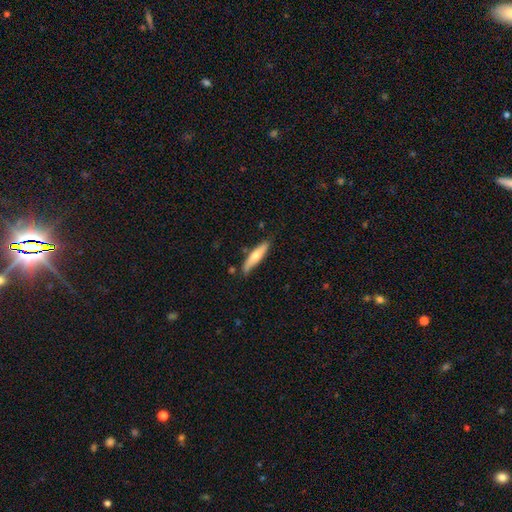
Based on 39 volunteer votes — Smooth or featured?
  - smooth: 59% *
  - featured or disk: 36%
  - star or artifact: 5%
How rounded?
  - cigar-shaped: 91% *
  - round: 4%
  - in between: 4%
Merging?
  - none: 65% *
  - minor disturbance: 19%
  - merger: 14%
  - major disturbance: 3%